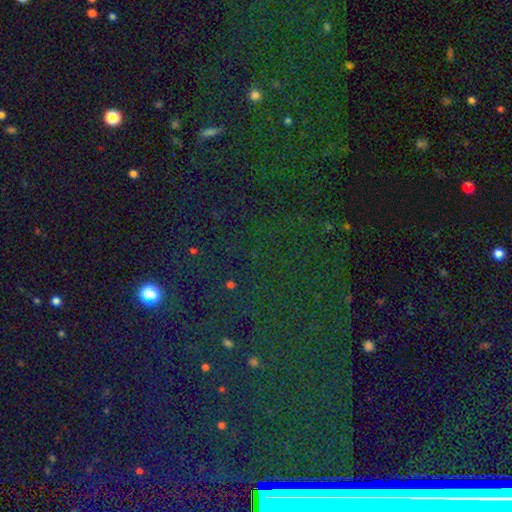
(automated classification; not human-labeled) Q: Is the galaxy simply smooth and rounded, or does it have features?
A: star or artifact — 80%.